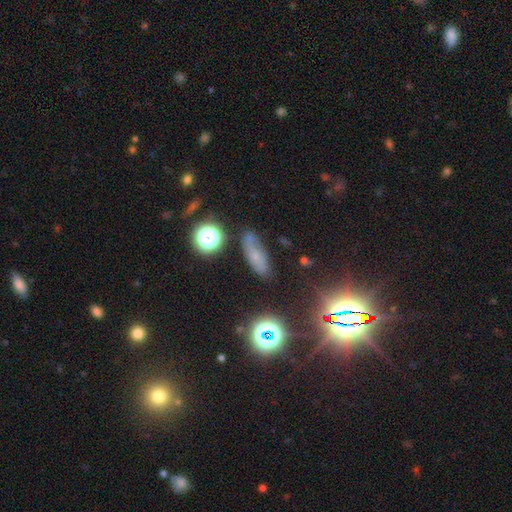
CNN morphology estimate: Smooth or featured? smooth (47%)
Merging? none (71%)